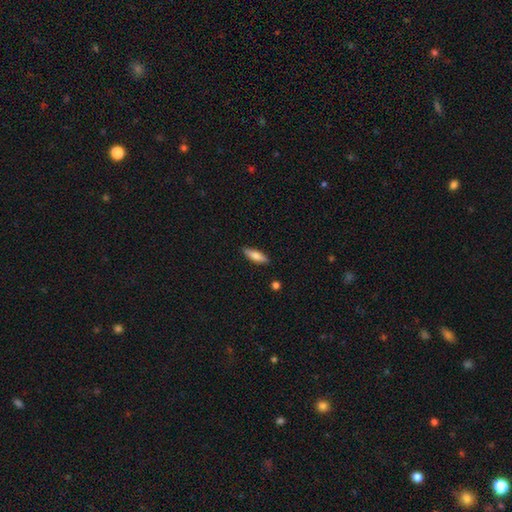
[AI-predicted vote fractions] Overall: smooth (74%). How rounded: cigar-shaped (54%; in between 44%). Merging: none (87%).